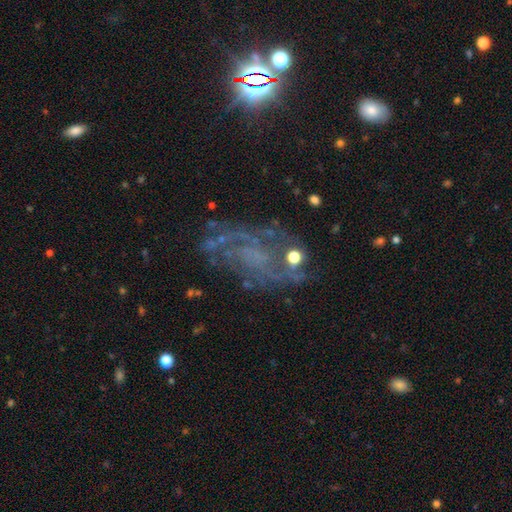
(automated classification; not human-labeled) A featured or disk galaxy (62%) with no bar (71%), spiral arms (67%) and no central bulge (53%). Merging: none (57%).